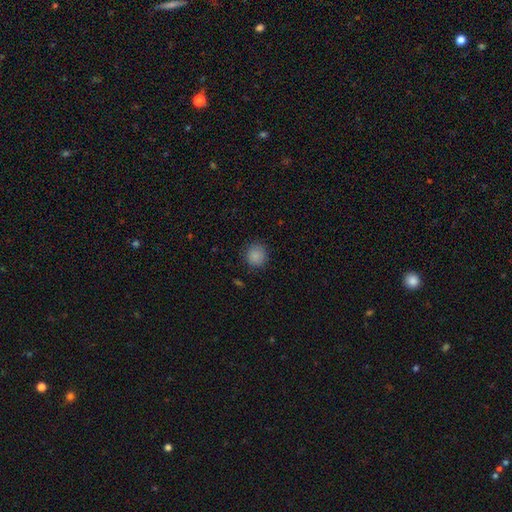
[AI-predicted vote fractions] Smooth or featured?
  - smooth: 86% *
  - star or artifact: 10%
  - featured or disk: 4%
How rounded?
  - round: 92% *
  - in between: 7%
  - cigar-shaped: 1%
Merging?
  - none: 87% *
  - minor disturbance: 9%
  - major disturbance: 3%
  - merger: 1%